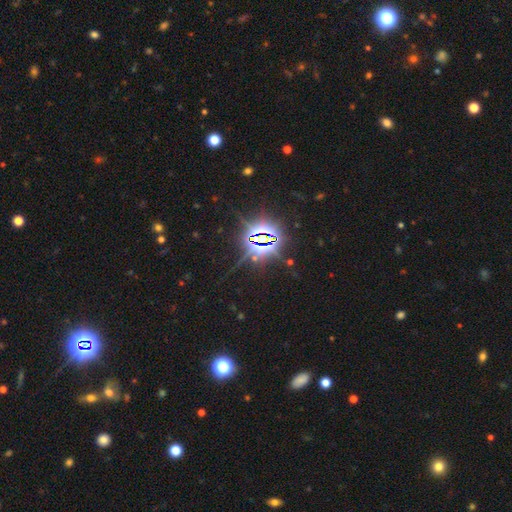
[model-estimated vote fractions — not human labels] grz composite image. It shows a star or artifact, not a galaxy (85%).